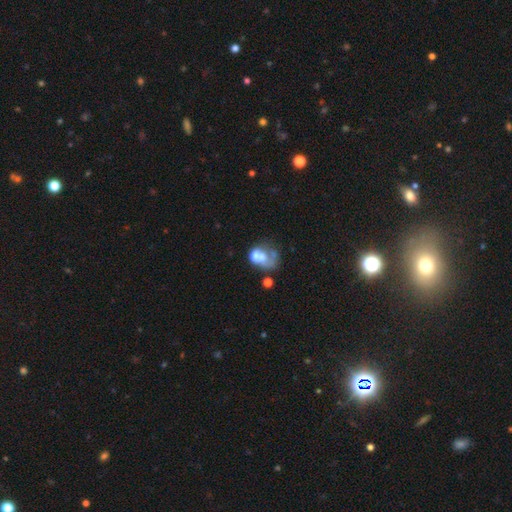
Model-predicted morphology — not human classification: Smooth or featured? Predicted: smooth (p=0.45). Merging? Predicted: merger (p=0.43).